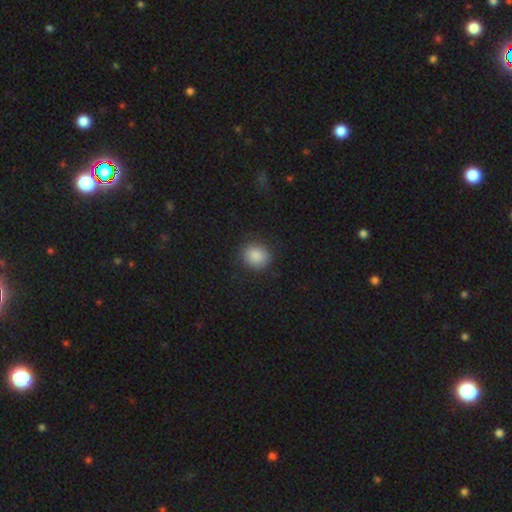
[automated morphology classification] type=smooth (88%); roundness=round (75%); merging=none (86%).